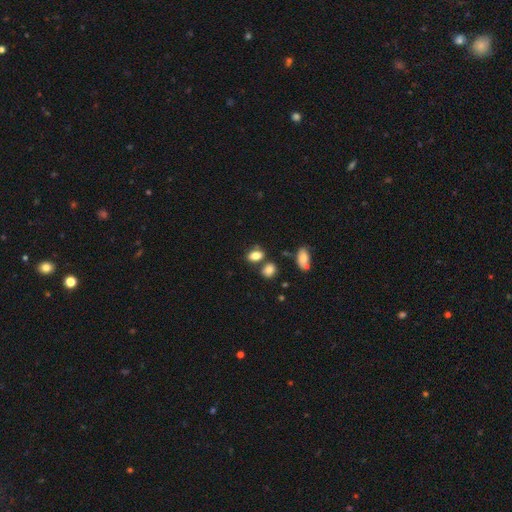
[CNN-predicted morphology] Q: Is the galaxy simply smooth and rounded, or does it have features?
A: smooth — 82%.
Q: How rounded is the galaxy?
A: in between — 83%.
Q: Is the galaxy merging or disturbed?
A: none — 66%.